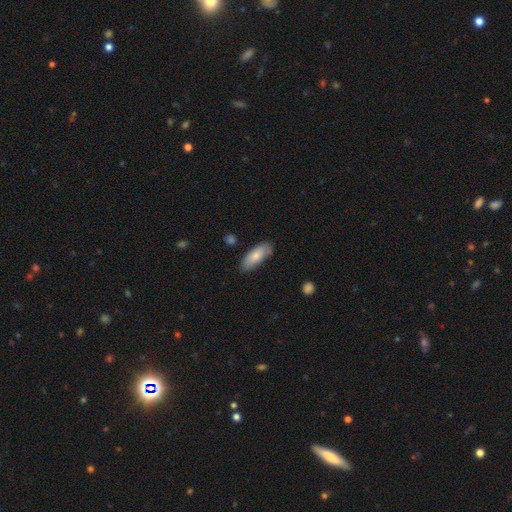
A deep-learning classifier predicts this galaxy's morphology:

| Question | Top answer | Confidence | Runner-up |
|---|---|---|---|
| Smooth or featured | smooth | 79% | featured or disk (15%) |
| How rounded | in between | 78% | cigar-shaped (20%) |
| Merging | none | 76% | minor disturbance (19%) |